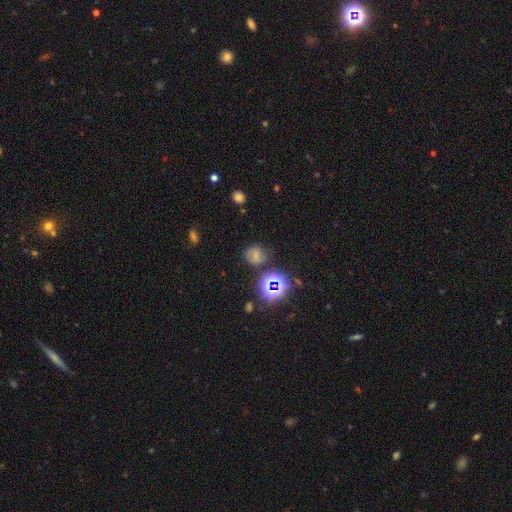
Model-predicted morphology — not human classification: Smooth or featured? Predicted: smooth (p=0.56). How rounded? Predicted: round (p=0.76). Merging? Predicted: none (p=0.73).